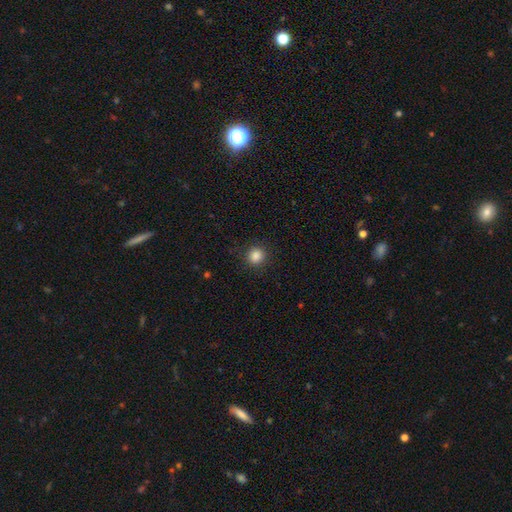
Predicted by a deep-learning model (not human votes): Smooth or featured? Predicted: smooth (p=0.86). How rounded? Predicted: round (p=0.90). Merging? Predicted: none (p=0.90).